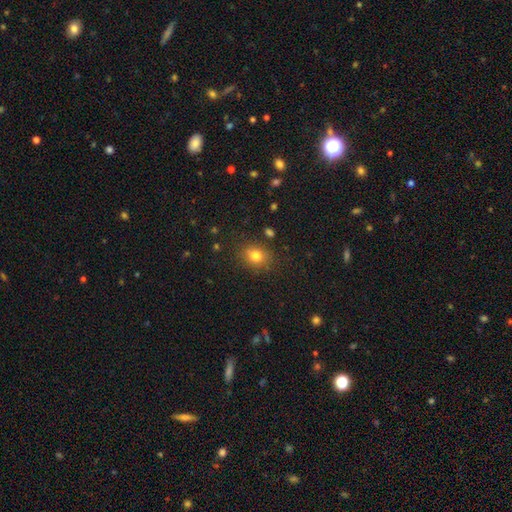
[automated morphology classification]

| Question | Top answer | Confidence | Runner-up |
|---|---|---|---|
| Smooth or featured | smooth | 79% | star or artifact (13%) |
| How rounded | round | 56% | in between (43%) |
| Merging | none | 83% | minor disturbance (12%) |